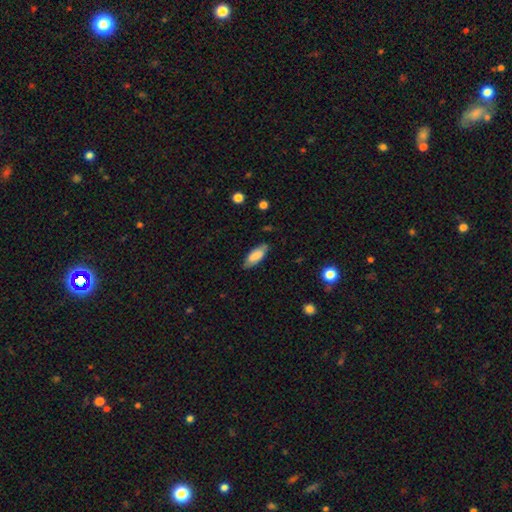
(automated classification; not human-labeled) Smooth or featured?
  - smooth: 81% *
  - featured or disk: 13%
  - star or artifact: 6%
How rounded?
  - in between: 81% *
  - cigar-shaped: 17%
  - round: 2%
Merging?
  - none: 78% *
  - minor disturbance: 18%
  - major disturbance: 3%
  - merger: 1%